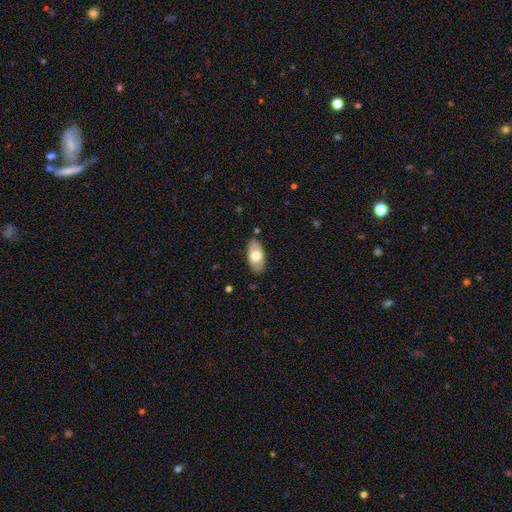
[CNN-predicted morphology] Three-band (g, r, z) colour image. It shows a smooth galaxy with no disk features (70%) that is in between round and cigar-shaped (93%). Merging: none (85%).